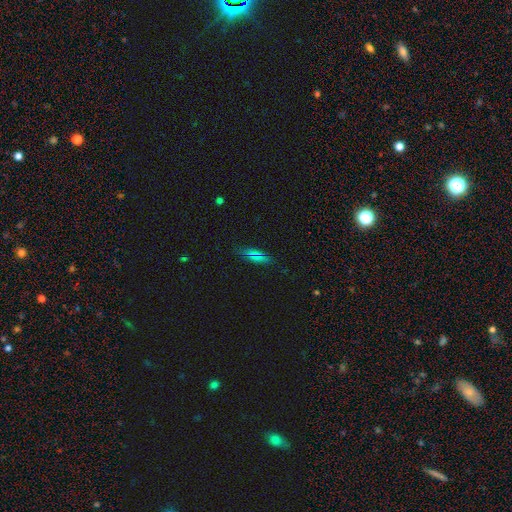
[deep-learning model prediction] This appears to be a smooth galaxy with no disk features (60%) that is in between round and cigar-shaped (61%). Merging: none (82%).